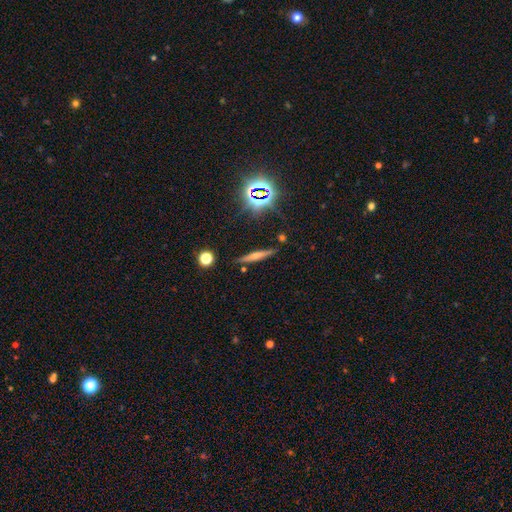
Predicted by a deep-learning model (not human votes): smooth_or_featured: smooth (p=0.43) [alt: featured or disk p=0.41]
merging: none (p=0.85) [alt: minor disturbance p=0.10]